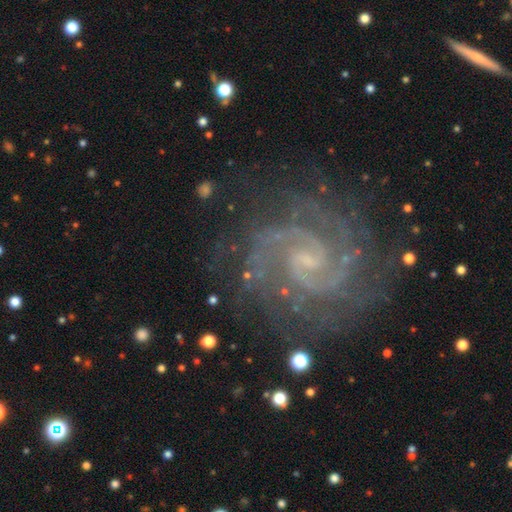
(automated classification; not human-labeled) Overall: featured or disk (90%). Edge-on disk: no (98%). Bar: weak (45%; no 43%). Spiral arms: yes (99%). Spiral arm count: 2 (72%). Spiral winding: tight (59%; medium 36%). Bulge size: small (69%). Merging: none (81%).